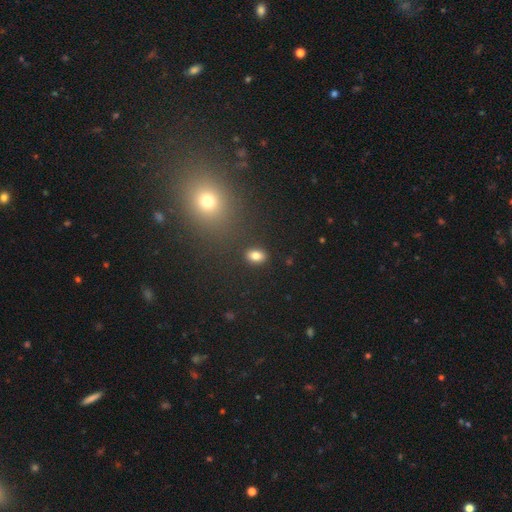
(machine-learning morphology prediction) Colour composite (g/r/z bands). It shows a smooth galaxy with no disk features (81%) that is in between round and cigar-shaped (79%). Merging: none (88%).